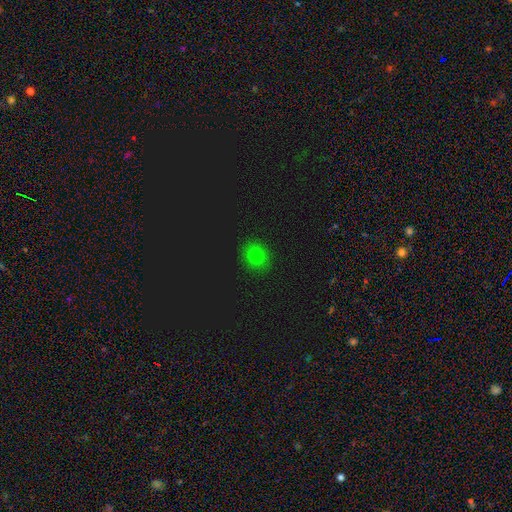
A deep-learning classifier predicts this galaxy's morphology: Smooth or featured?
  - smooth: 74% *
  - star or artifact: 20%
  - featured or disk: 7%
How rounded?
  - round: 80% *
  - in between: 19%
  - cigar-shaped: 1%
Merging?
  - none: 89% *
  - minor disturbance: 7%
  - major disturbance: 2%
  - merger: 1%